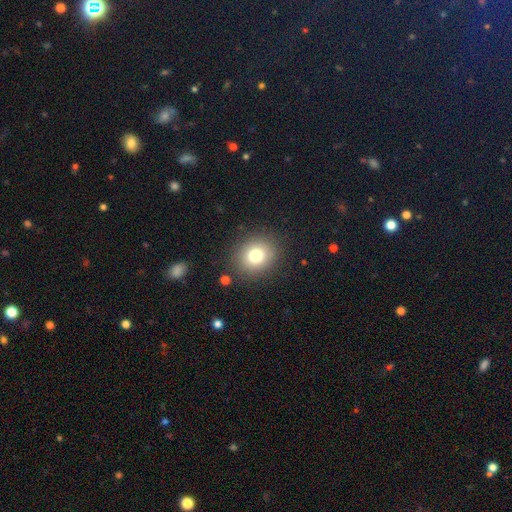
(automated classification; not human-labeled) Smooth or featured? Predicted: smooth (p=0.78). How rounded? Predicted: round (p=0.71). Merging? Predicted: none (p=0.86).